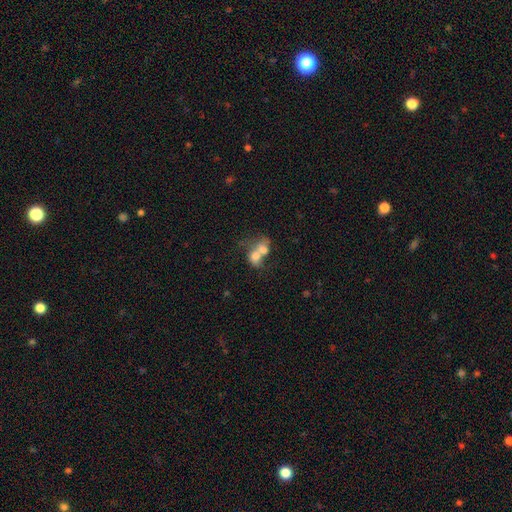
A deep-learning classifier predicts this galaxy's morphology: Overall: smooth (66%). How rounded: in between (50%; round 49%). Merging: merger (76%).